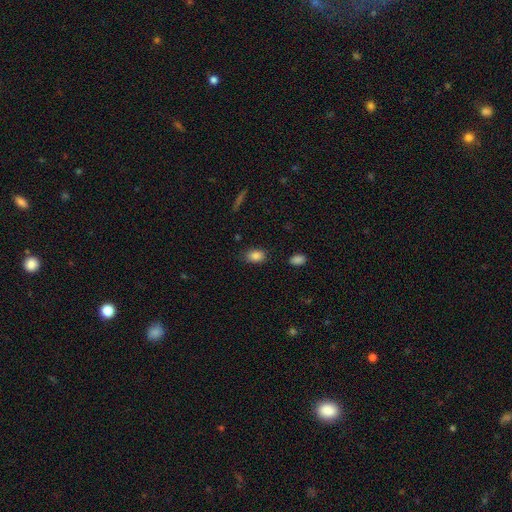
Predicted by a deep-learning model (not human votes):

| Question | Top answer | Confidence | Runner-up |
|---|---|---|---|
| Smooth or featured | smooth | 86% | star or artifact (9%) |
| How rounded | in between | 80% | round (19%) |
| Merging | none | 81% | minor disturbance (13%) |